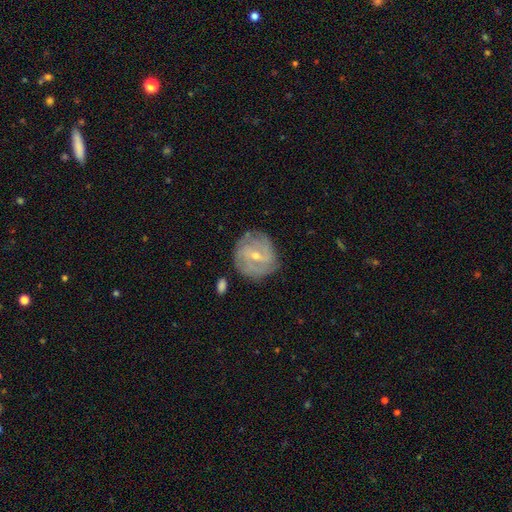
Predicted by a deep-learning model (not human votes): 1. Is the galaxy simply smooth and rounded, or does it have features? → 74% featured or disk, 20% smooth, 6% star or artifact.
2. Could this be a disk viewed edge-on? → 96% no, 4% yes.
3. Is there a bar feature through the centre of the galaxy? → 54% weak, 25% no, 21% strong.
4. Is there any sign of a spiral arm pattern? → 84% yes, 16% no.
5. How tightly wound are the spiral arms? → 53% tight, 35% medium, 13% loose.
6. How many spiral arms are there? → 35% can't tell (tied), 35% 2 (tied), 16% 3, 6% 4, 4% 1, 3% more than 4.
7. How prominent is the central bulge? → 55% small, 41% moderate, 1% none, 1% large, 1% dominant.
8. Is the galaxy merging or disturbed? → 73% none, 18% minor disturbance, 6% major disturbance, 2% merger.